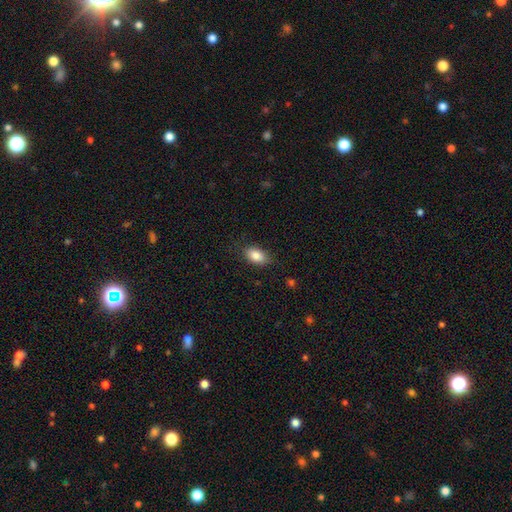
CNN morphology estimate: smooth-or-featured: smooth: 85% | star or artifact: 8% | featured or disk: 7%
  how-rounded: in between: 90% | round: 8% | cigar-shaped: 2%
  merging: none: 82% | minor disturbance: 14% | major disturbance: 3% | merger: 1%